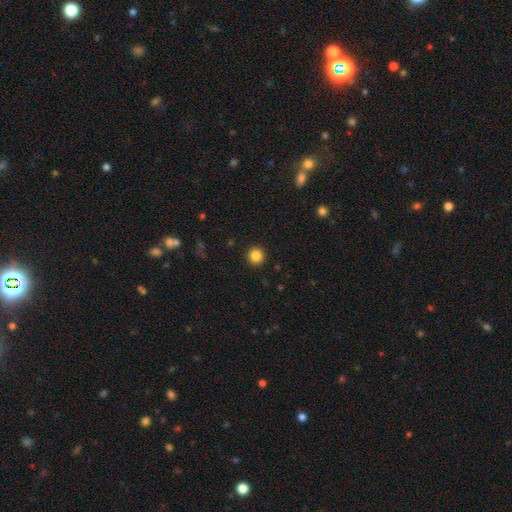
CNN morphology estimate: smooth_or_featured: smooth (p=0.85) [alt: star or artifact p=0.11]
how_rounded: round (p=0.95) [alt: in between p=0.04]
merging: none (p=0.93) [alt: minor disturbance p=0.04]